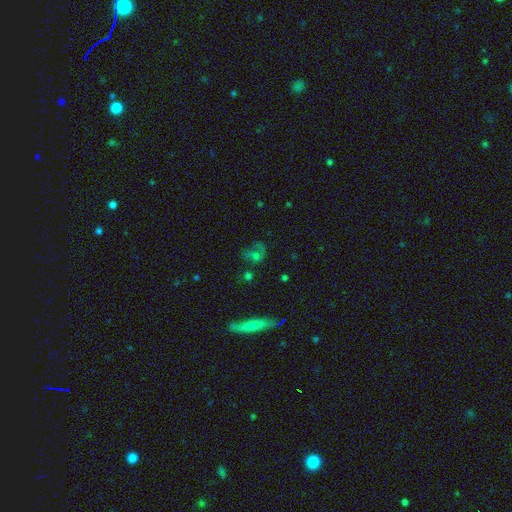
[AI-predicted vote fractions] Smooth or featured? Predicted: smooth (p=0.41). Merging? Predicted: none (p=0.42).